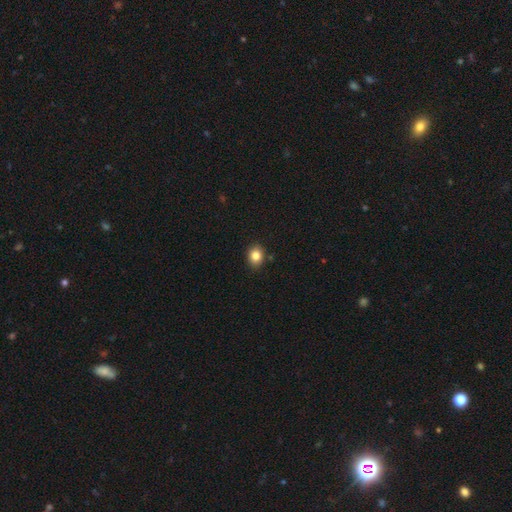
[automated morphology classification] Overall: smooth (85%). How rounded: round (61%; in between 38%). Merging: none (88%).